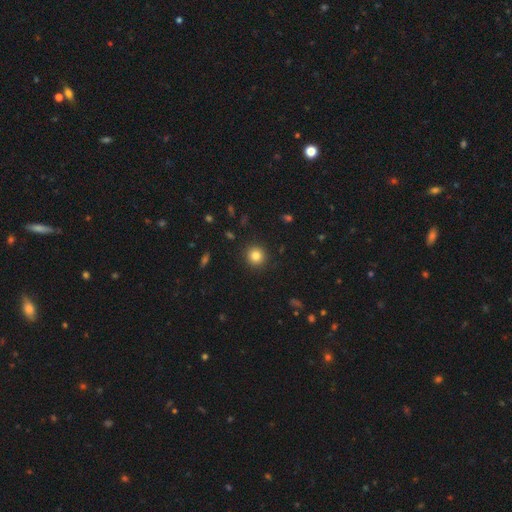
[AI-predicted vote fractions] smooth-or-featured: smooth: 83% | star or artifact: 11% | featured or disk: 6%
  how-rounded: round: 93% | in between: 6% | cigar-shaped: 1%
  merging: none: 91% | minor disturbance: 5% | major disturbance: 2% | merger: 1%